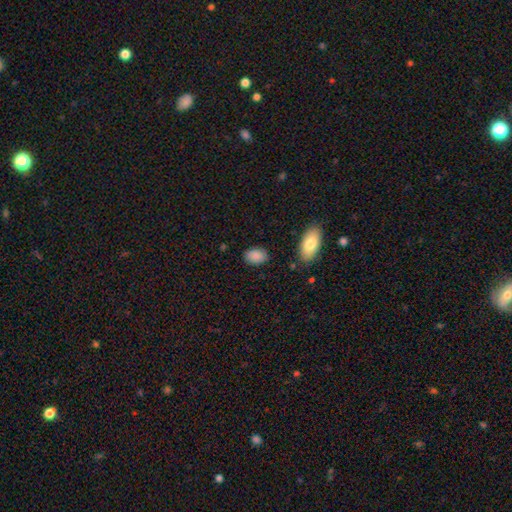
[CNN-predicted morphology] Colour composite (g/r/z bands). It shows a smooth galaxy with no disk features (88%) that is in between round and cigar-shaped (85%). Merging: none (84%).